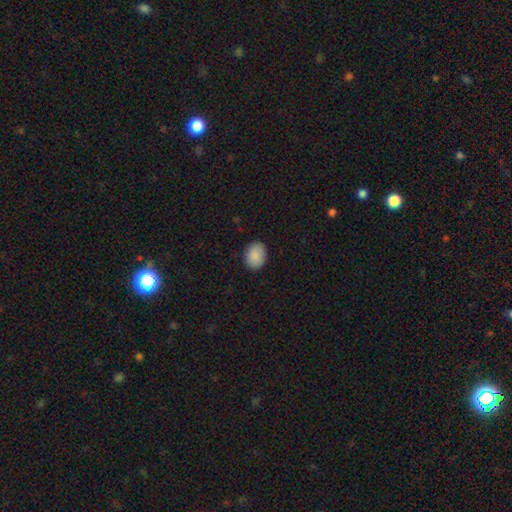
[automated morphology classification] smooth_or_featured: smooth (p=0.89) [alt: star or artifact p=0.07]
how_rounded: in between (p=0.60) [alt: round p=0.39]
merging: none (p=0.89) [alt: minor disturbance p=0.08]